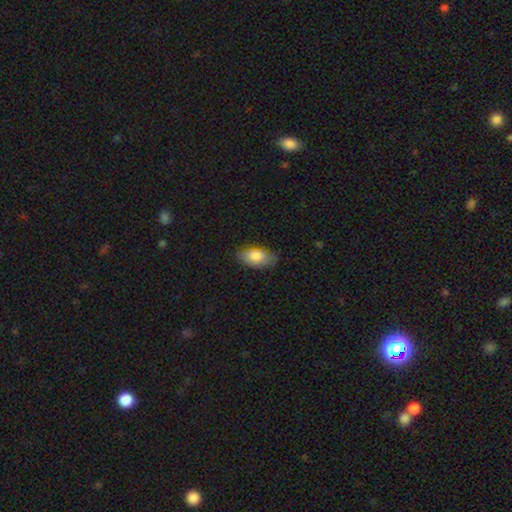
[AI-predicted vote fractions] Smooth or featured? Predicted: smooth (p=0.81). How rounded? Predicted: in between (p=0.92). Merging? Predicted: none (p=0.74).